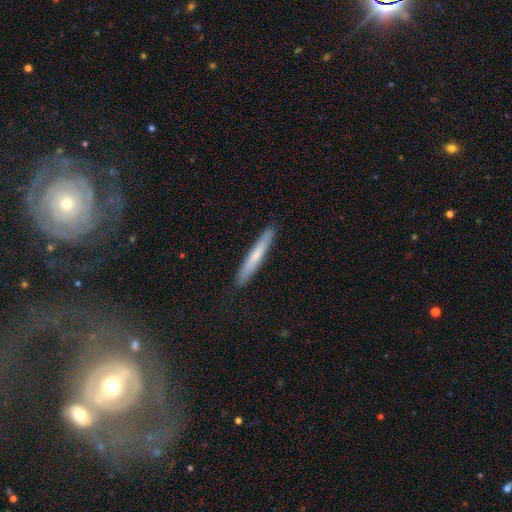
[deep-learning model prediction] smooth 64%, featured or disk 31%, star or artifact 6%. Down the decision tree: how rounded — cigar-shaped (96%); merging — none (91%).